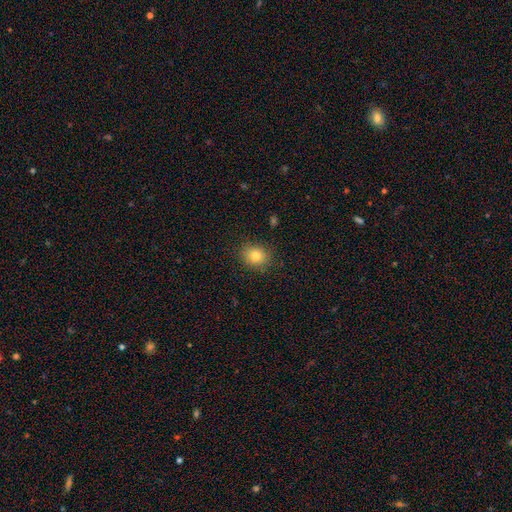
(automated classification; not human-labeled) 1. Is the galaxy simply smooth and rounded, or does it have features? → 80% smooth, 11% star or artifact, 8% featured or disk.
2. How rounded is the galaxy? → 63% round, 36% in between, 1% cigar-shaped.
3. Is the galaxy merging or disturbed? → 87% none, 9% minor disturbance, 3% major disturbance, 1% merger.